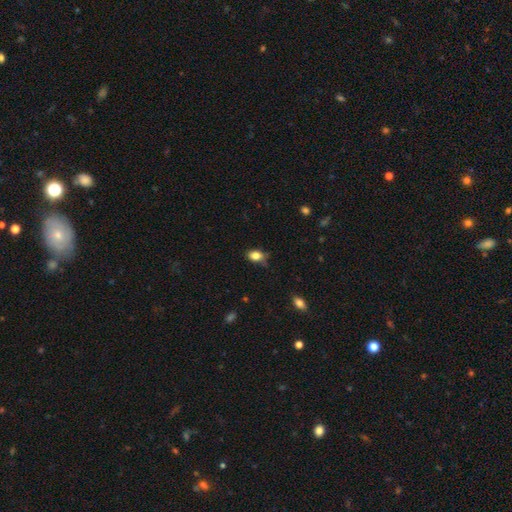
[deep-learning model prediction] This is clearly a smooth galaxy (82%). How rounded: likely in between (80%). Merging: likely none (65%).